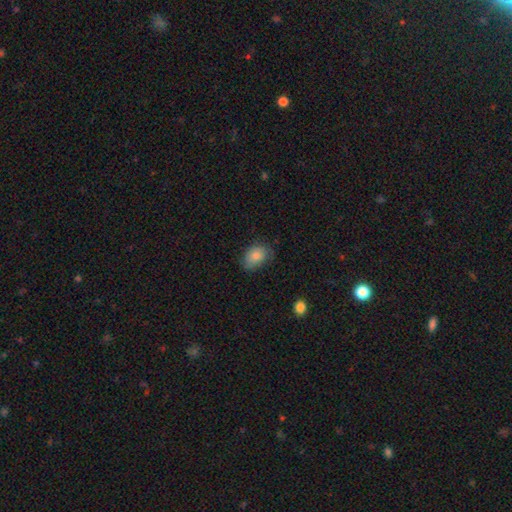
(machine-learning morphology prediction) Smooth or featured? smooth (82%)
How rounded? in between (82%)
Merging? none (67%)